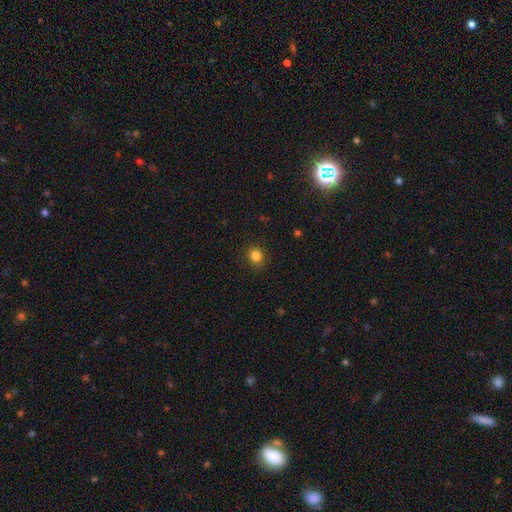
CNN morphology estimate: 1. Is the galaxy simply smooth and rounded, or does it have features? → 84% smooth, 12% star or artifact, 4% featured or disk.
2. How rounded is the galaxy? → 69% round, 30% in between, 1% cigar-shaped.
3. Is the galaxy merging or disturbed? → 87% none, 9% minor disturbance, 3% major disturbance, 1% merger.